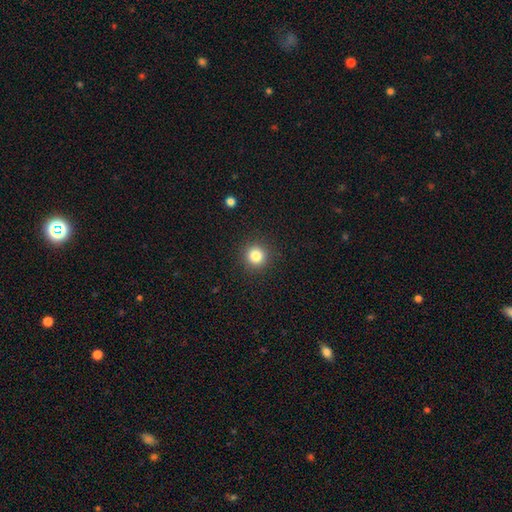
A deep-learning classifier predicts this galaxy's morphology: Smooth or featured? Predicted: smooth (p=0.83). How rounded? Predicted: round (p=0.94). Merging? Predicted: none (p=0.91).